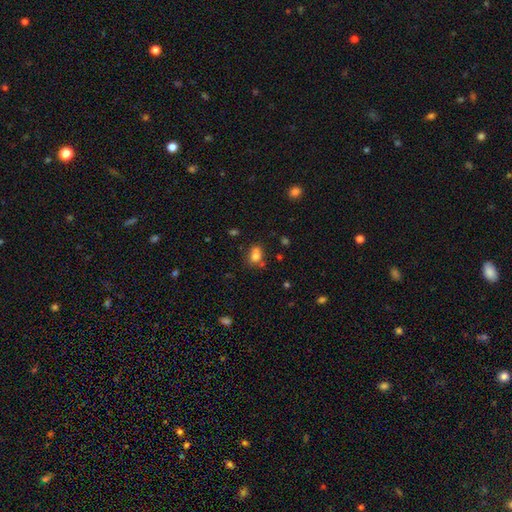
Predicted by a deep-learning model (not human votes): The model was most divided on "merging": none: 54%, minor disturbance: 22%, merger: 17%, major disturbance: 7%. More confident: smooth or featured — smooth (77%); how rounded — in between (66%).